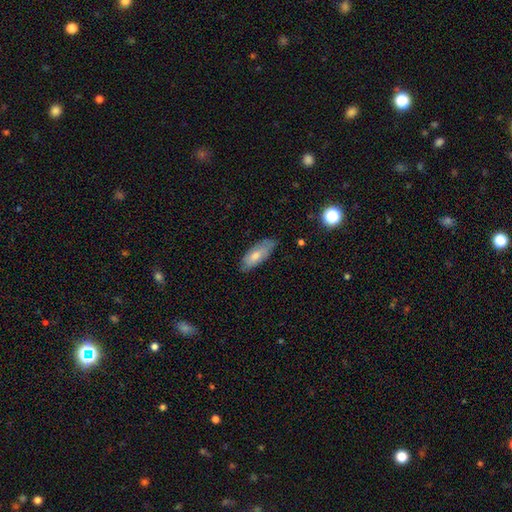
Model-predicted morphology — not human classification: Smooth or featured?
  - smooth: 71% *
  - featured or disk: 23%
  - star or artifact: 6%
How rounded?
  - in between: 78% *
  - cigar-shaped: 20%
  - round: 2%
Merging?
  - none: 72% *
  - minor disturbance: 23%
  - major disturbance: 4%
  - merger: 1%